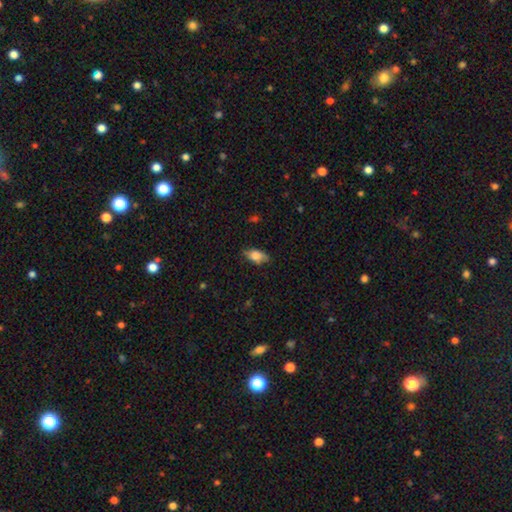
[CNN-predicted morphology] smooth_or_featured: smooth (p=0.78) [alt: featured or disk p=0.15]
how_rounded: in between (p=0.89) [alt: cigar-shaped p=0.06]
merging: none (p=0.74) [alt: minor disturbance p=0.20]